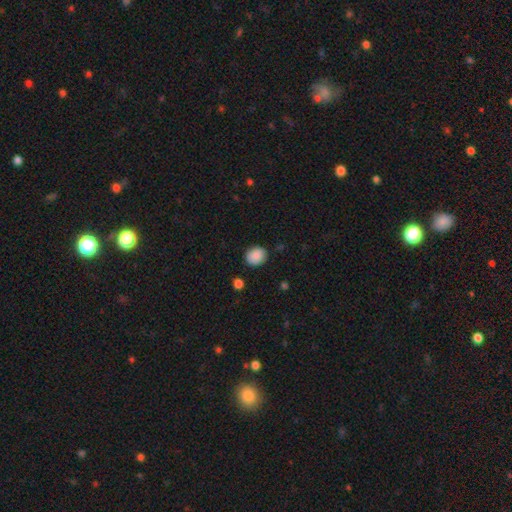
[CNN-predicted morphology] The model was most divided on "how rounded": round: 68%, in between: 31%, cigar-shaped: 1%. More confident: smooth or featured — smooth (88%); merging — none (85%).